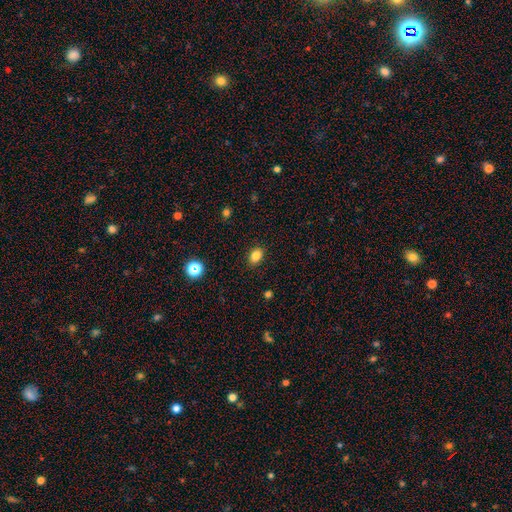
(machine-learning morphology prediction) The model was most divided on "how rounded": in between: 73%, round: 26%, cigar-shaped: 1%. More confident: merging — none (88%); smooth or featured — smooth (83%).